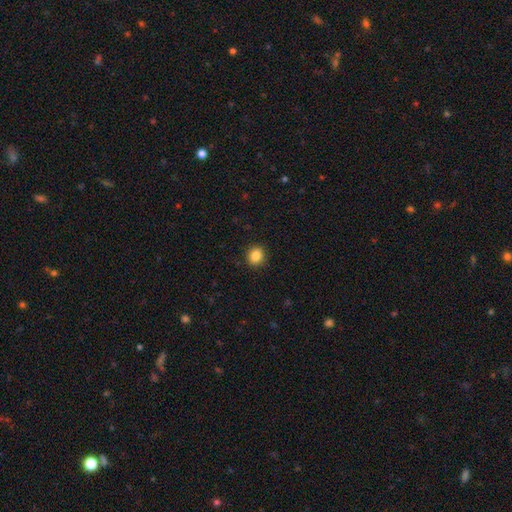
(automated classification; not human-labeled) Smooth or featured?
  - smooth: 86% *
  - star or artifact: 10%
  - featured or disk: 4%
How rounded?
  - round: 83% *
  - in between: 16%
  - cigar-shaped: 1%
Merging?
  - none: 91% *
  - minor disturbance: 6%
  - major disturbance: 2%
  - merger: 1%